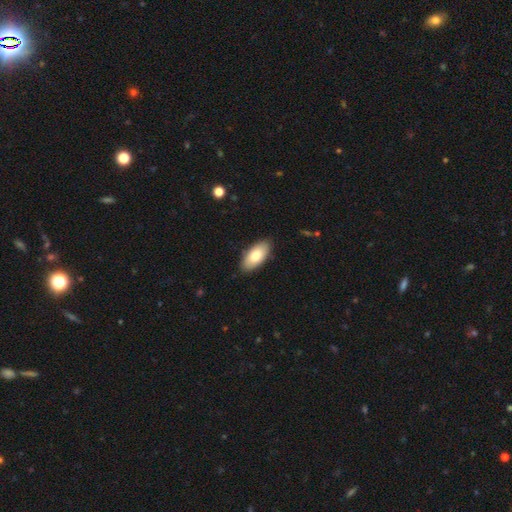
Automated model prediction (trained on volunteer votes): Overall: smooth (80%). How rounded: in between (92%). Merging: none (88%).